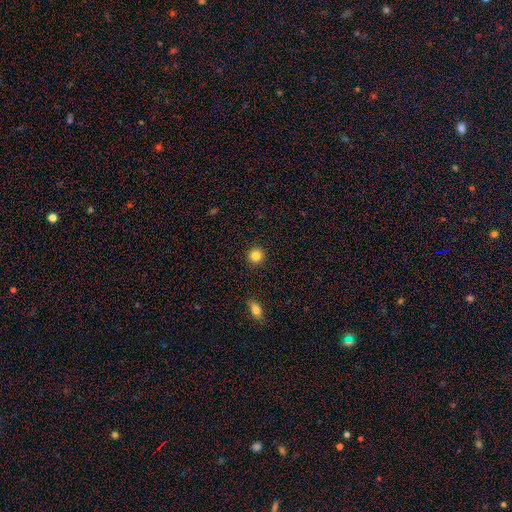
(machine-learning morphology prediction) smooth 85%, star or artifact 11%, featured or disk 5%. Down the decision tree: how rounded — round (94%); merging — none (93%).